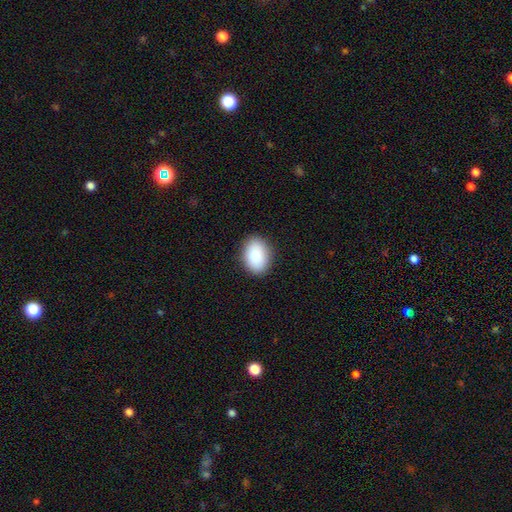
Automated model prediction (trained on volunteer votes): Overall: smooth (90%). How rounded: in between (80%). Merging: none (88%).